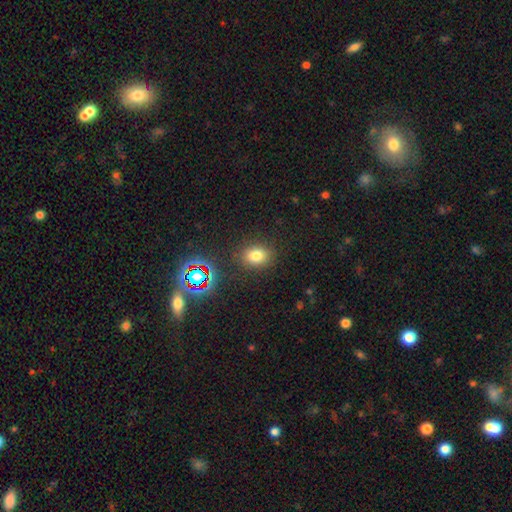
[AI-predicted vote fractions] A smooth galaxy with no disk features (73%) that is in between round and cigar-shaped (54%). Merging: none (86%).